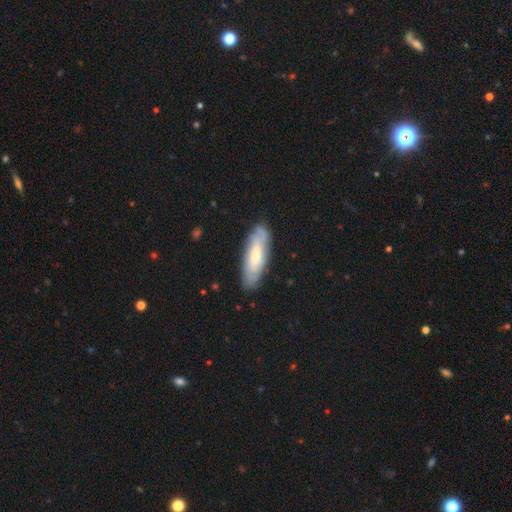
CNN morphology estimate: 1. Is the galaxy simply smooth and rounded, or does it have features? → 54% featured or disk, 40% smooth, 6% star or artifact.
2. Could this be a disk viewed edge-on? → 76% no, 24% yes.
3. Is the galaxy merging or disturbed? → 83% none, 13% minor disturbance, 3% major disturbance, 1% merger.